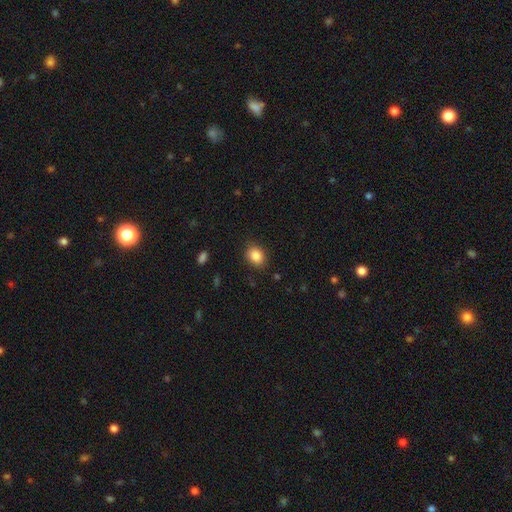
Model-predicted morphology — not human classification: smooth-or-featured: smooth: 86% | star or artifact: 9% | featured or disk: 4%
  how-rounded: in between: 55% | round: 44% | cigar-shaped: 1%
  merging: none: 85% | minor disturbance: 11% | major disturbance: 3% | merger: 1%